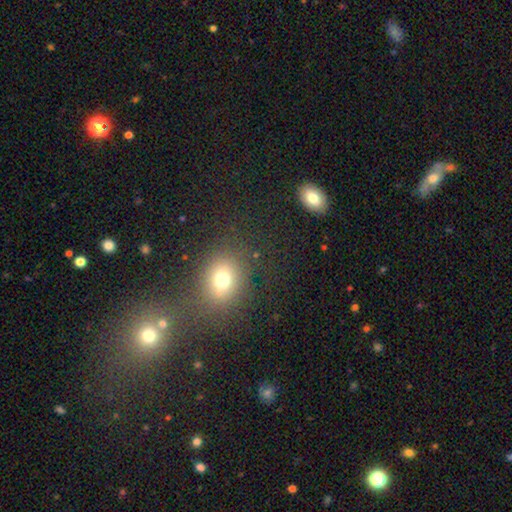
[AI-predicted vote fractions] This appears to be a smooth galaxy with no disk features (63%) that is round (55%). Merging: none (69%).